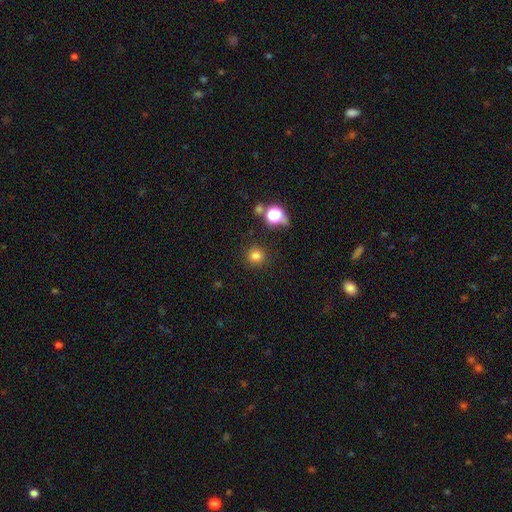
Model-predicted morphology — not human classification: This is likely a smooth galaxy (78%). How rounded: clearly round (91%). Merging: clearly none (88%).